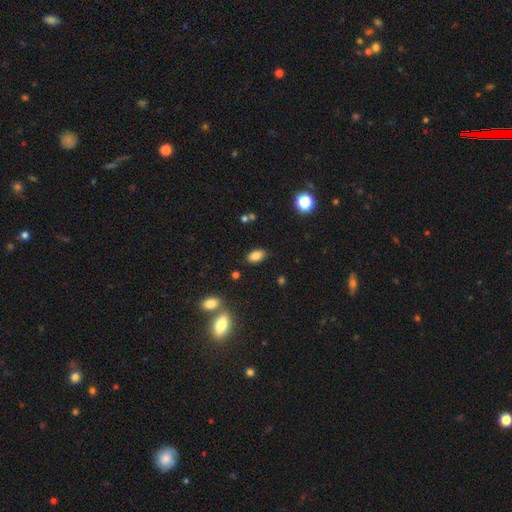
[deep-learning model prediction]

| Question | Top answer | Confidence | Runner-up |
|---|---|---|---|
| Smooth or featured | smooth | 82% | star or artifact (10%) |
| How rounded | in between | 90% | round (7%) |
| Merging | none | 86% | minor disturbance (9%) |